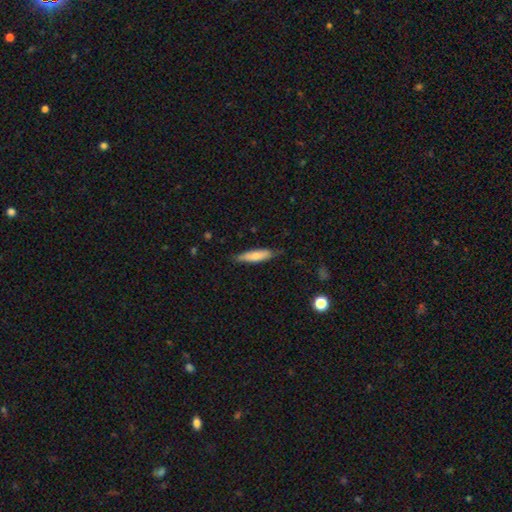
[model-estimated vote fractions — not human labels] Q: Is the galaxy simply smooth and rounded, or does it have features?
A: smooth — 74%.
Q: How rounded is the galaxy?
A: cigar-shaped — 72%.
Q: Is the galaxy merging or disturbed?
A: none — 75%.